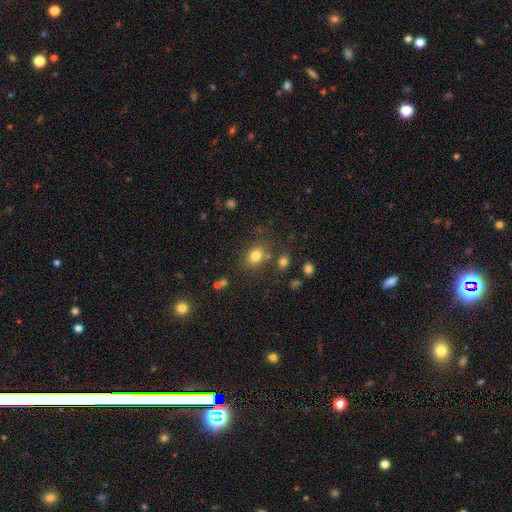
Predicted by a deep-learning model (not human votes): A smooth galaxy with no disk features (78%) that is in between round and cigar-shaped (58%).

Vote fractions:
- Smooth or featured? smooth: 78% / star or artifact: 13% / featured or disk: 9%
- How rounded? in between: 58% / round: 41% / cigar-shaped: 1%
- Merging? none: 72% / minor disturbance: 13% / merger: 10% / major disturbance: 5%